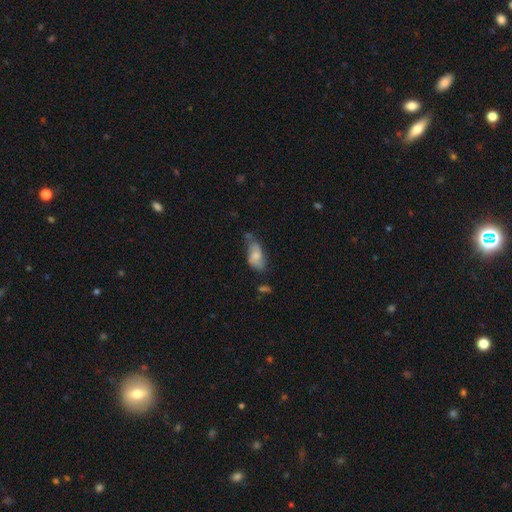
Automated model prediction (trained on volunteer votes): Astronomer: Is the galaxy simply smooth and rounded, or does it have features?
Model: smooth — 54% (runner-up: featured or disk, 38%).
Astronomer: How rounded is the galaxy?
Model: in between — 88%.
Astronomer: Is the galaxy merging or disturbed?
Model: none — 42% (runner-up: minor disturbance, 35%).